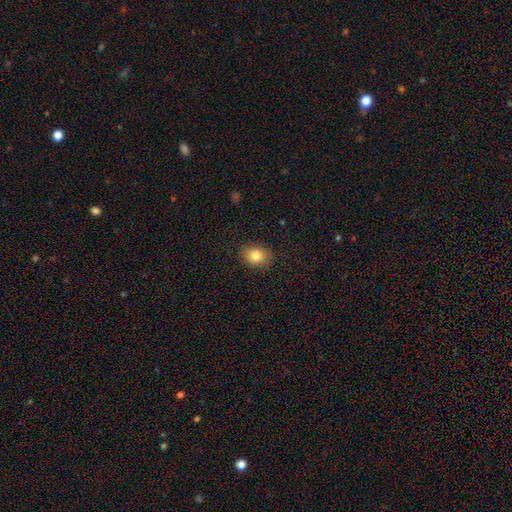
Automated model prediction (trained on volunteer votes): Smooth or featured?
  - smooth: 82% *
  - star or artifact: 9%
  - featured or disk: 8%
How rounded?
  - in between: 61% *
  - round: 38%
  - cigar-shaped: 1%
Merging?
  - none: 86% *
  - minor disturbance: 10%
  - major disturbance: 3%
  - merger: 1%